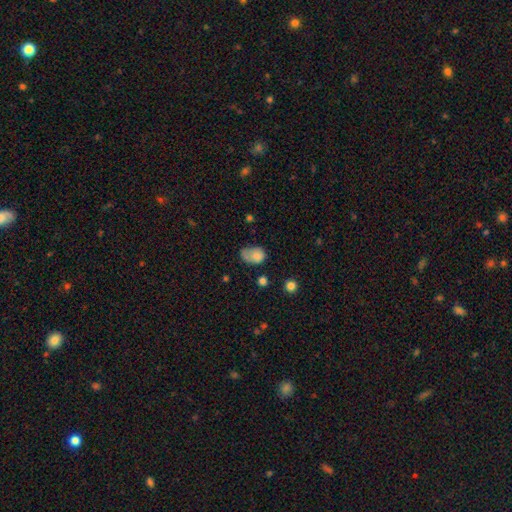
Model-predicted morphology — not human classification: Smooth or featured: smooth — 77% (featured or disk — 13%)
How rounded: in between — 75% (round — 24%)
Merging: minor disturbance — 36% (none — 31%)